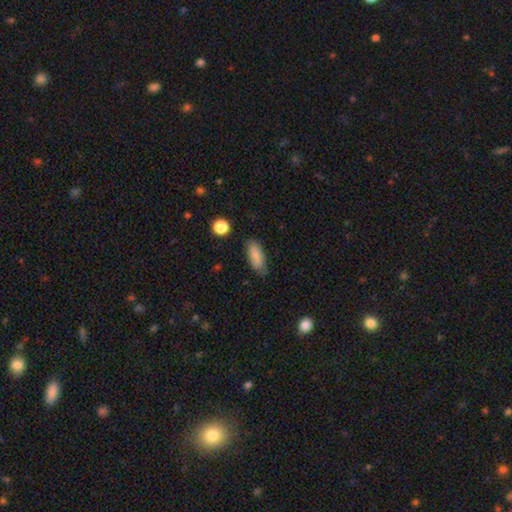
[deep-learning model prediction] Morphology: type=smooth (83%); roundness=in between (78%); merging=none (76%).